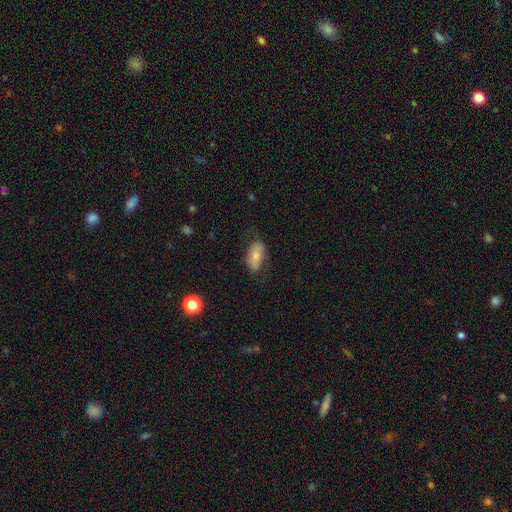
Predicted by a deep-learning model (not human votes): smooth_or_featured: smooth (p=0.67) [alt: featured or disk p=0.26]
how_rounded: in between (p=0.88) [alt: cigar-shaped p=0.08]
merging: none (p=0.67) [alt: minor disturbance p=0.23]